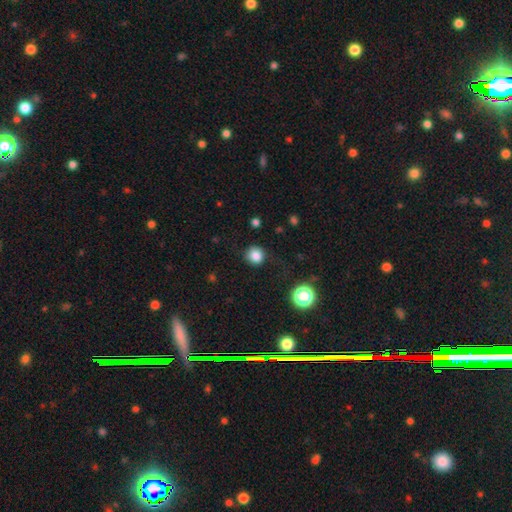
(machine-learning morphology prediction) The model was most divided on "smooth or featured": smooth: 83%, star or artifact: 12%, featured or disk: 5%. More confident: how rounded — round (91%); merging — none (83%).